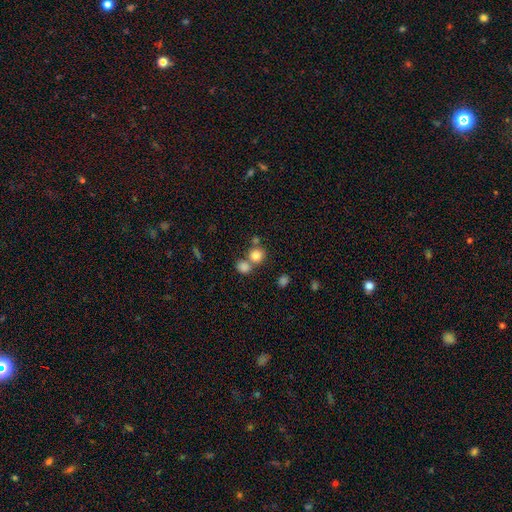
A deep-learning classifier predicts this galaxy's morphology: A smooth galaxy with no disk features (82%) that is round (85%).

Vote fractions:
- Smooth or featured? smooth: 82% / star or artifact: 12% / featured or disk: 7%
- How rounded? round: 85% / in between: 13% / cigar-shaped: 1%
- Merging? none: 54% / merger: 36% / minor disturbance: 7% / major disturbance: 3%